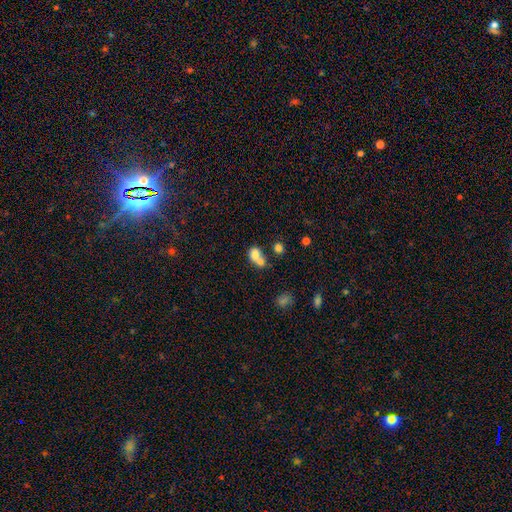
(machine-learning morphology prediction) Smooth or featured?
  - smooth: 73% *
  - featured or disk: 16%
  - star or artifact: 11%
How rounded?
  - round: 51% *
  - in between: 48%
  - cigar-shaped: 1%
Merging?
  - merger: 64% *
  - none: 24%
  - minor disturbance: 7%
  - major disturbance: 4%